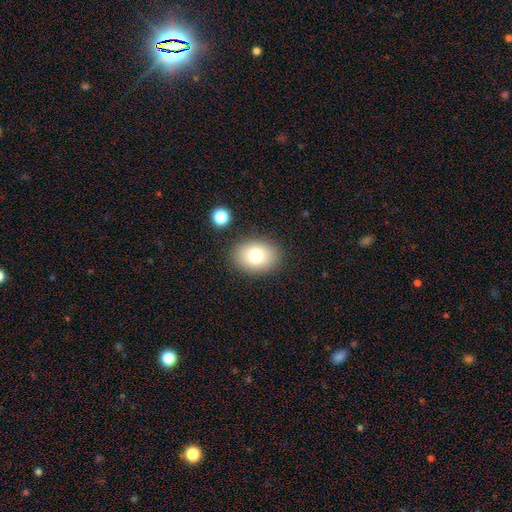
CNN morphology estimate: The model was most divided on "how rounded": in between: 68%, round: 31%, cigar-shaped: 1%. More confident: merging — none (86%); smooth or featured — smooth (77%).